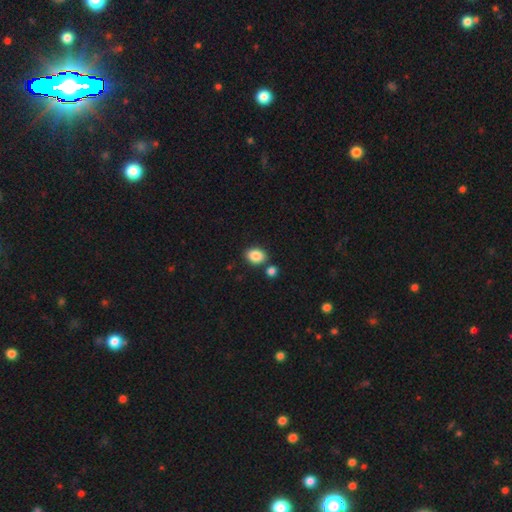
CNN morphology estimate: Q: Smooth or featured?
A: smooth (86%); runner-up: star or artifact (9%)
Q: How rounded?
A: in between (63%); runner-up: round (36%)
Q: Merging?
A: none (75%); runner-up: merger (12%)